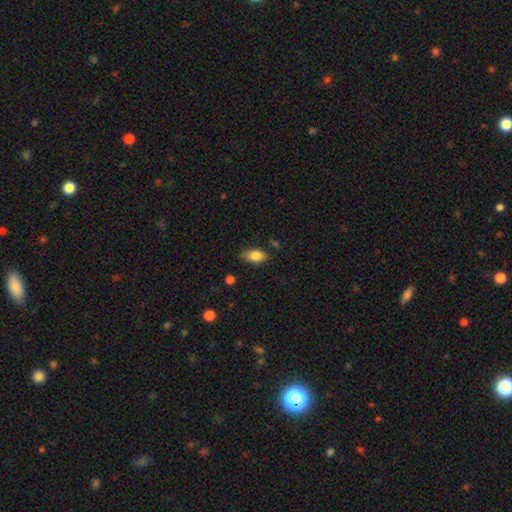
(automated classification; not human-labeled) The model was most divided on "merging": none: 75%, minor disturbance: 20%, major disturbance: 4%, merger: 2%. More confident: how rounded — in between (88%); smooth or featured — smooth (81%).